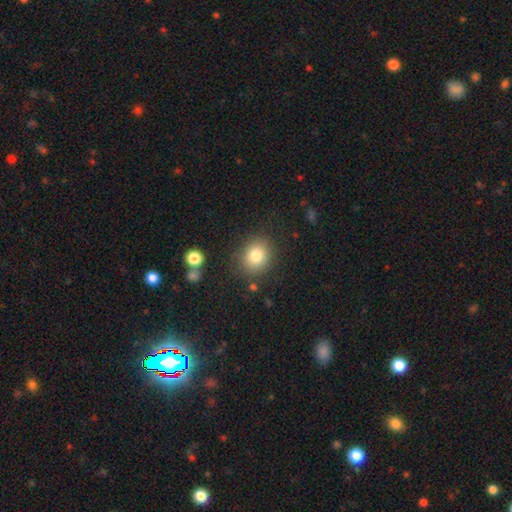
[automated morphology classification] type=smooth (81%); roundness=round (69%); merging=none (83%).